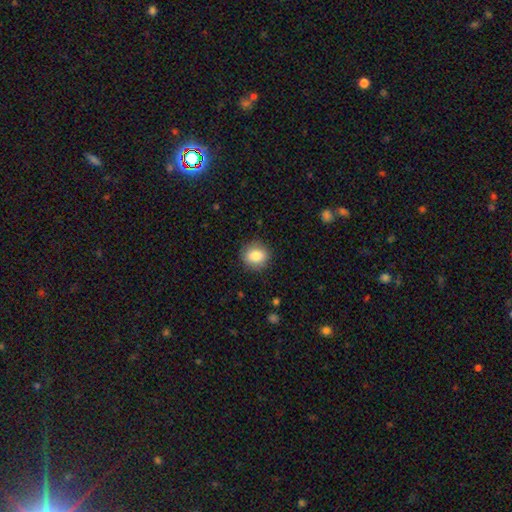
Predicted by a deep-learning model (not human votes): Smooth or featured?
  - smooth: 84% *
  - star or artifact: 9%
  - featured or disk: 8%
How rounded?
  - round: 78% *
  - in between: 21%
  - cigar-shaped: 1%
Merging?
  - none: 87% *
  - minor disturbance: 9%
  - major disturbance: 3%
  - merger: 1%